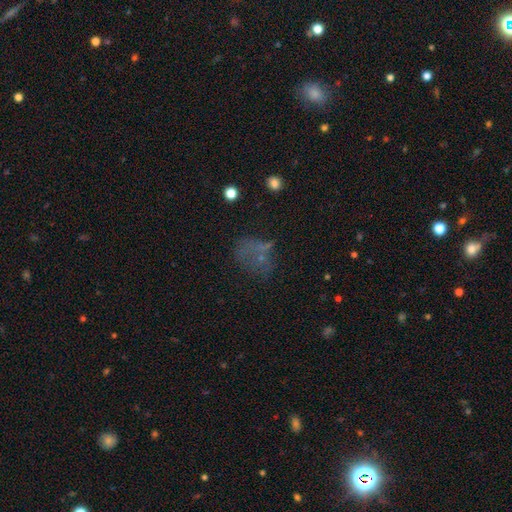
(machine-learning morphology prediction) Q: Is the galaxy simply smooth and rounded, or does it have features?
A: smooth — 42%.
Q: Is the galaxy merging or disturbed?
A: none — 50%.